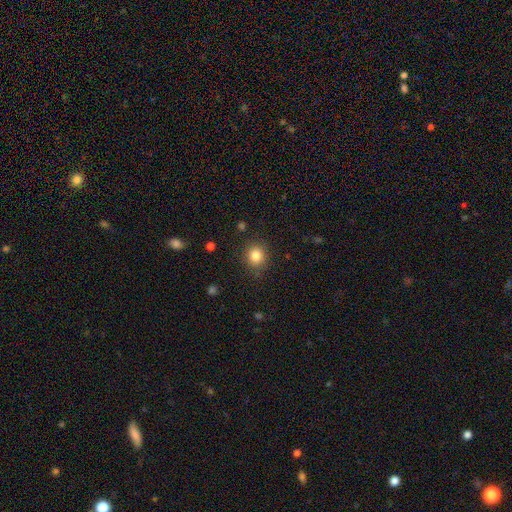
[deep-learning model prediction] Smooth or featured? Predicted: smooth (p=0.84). How rounded? Predicted: round (p=0.83). Merging? Predicted: none (p=0.86).